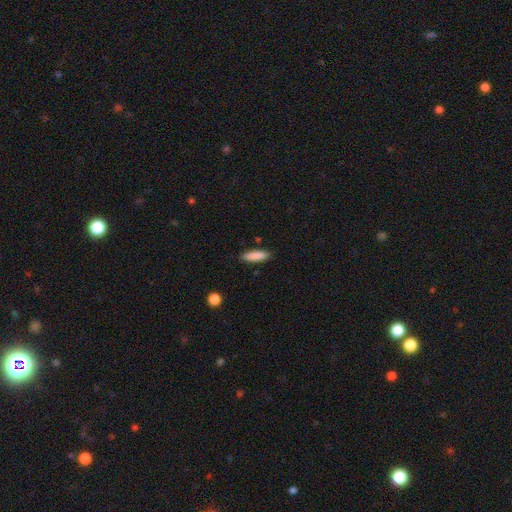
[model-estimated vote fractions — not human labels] A smooth galaxy with no disk features (88%) that is cigar-shaped (59%). Merging: none (87%).